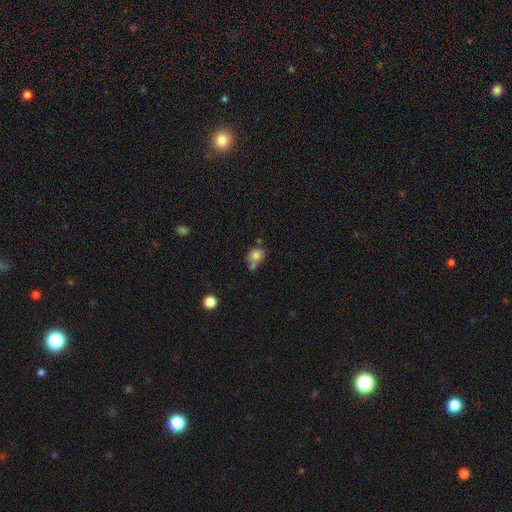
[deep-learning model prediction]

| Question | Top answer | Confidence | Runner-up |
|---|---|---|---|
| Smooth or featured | smooth | 78% | star or artifact (11%) |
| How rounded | round | 66% | in between (33%) |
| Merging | none | 42% | merger (30%) |